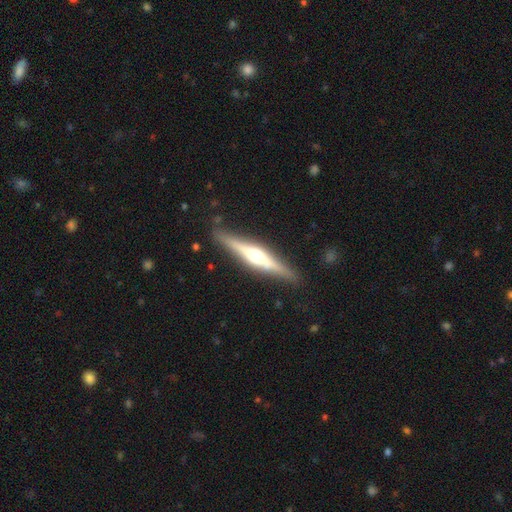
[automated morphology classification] Smooth or featured? Predicted: featured or disk (p=0.75). Edge-on disk? Predicted: yes (p=0.98). Edge-on bulge? Predicted: rounded (p=0.87). Merging? Predicted: none (p=0.88).